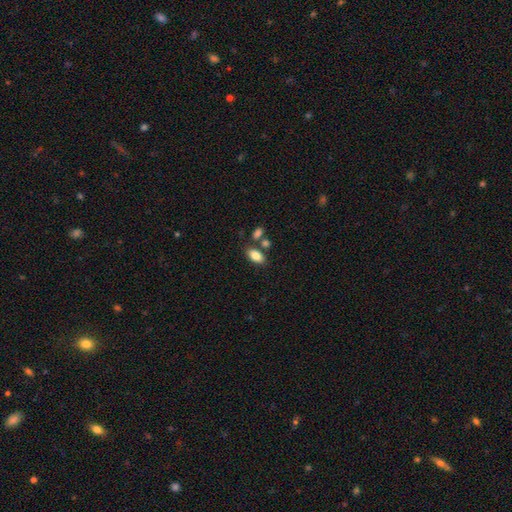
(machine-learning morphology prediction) A smooth galaxy with no disk features (83%) that is in between round and cigar-shaped (92%). Merging: none (68%).